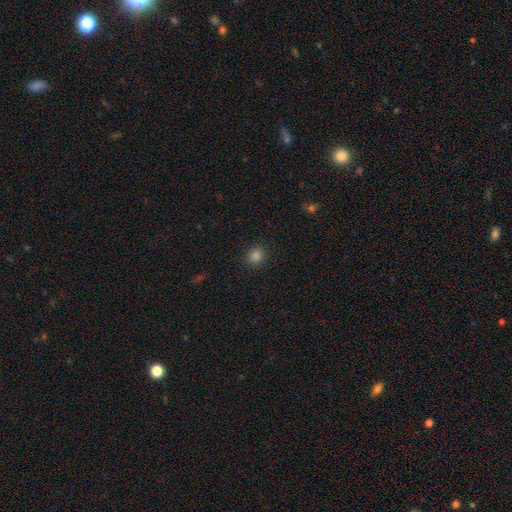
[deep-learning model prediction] Smooth or featured?
  - smooth: 83% *
  - star or artifact: 13%
  - featured or disk: 4%
How rounded?
  - round: 78% *
  - in between: 21%
  - cigar-shaped: 1%
Merging?
  - none: 90% *
  - minor disturbance: 7%
  - major disturbance: 2%
  - merger: 1%